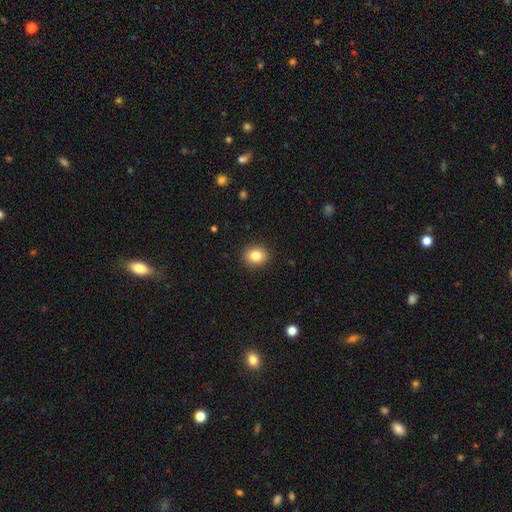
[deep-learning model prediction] This is clearly a smooth galaxy (84%). How rounded: likely round (66%). Merging: clearly none (91%).